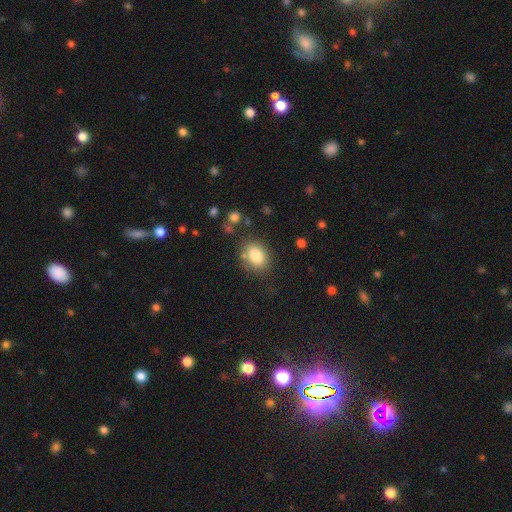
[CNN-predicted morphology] Q: Smooth or featured?
A: smooth (82%); runner-up: star or artifact (9%)
Q: How rounded?
A: in between (67%); runner-up: round (32%)
Q: Merging?
A: none (74%); runner-up: minor disturbance (15%)